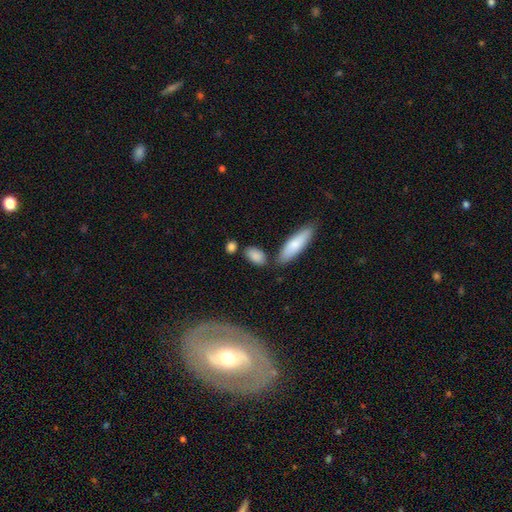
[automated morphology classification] smooth-or-featured: smooth: 85% | featured or disk: 8% | star or artifact: 7%
  how-rounded: in between: 86% | cigar-shaped: 9% | round: 5%
  merging: none: 70% | minor disturbance: 15% | merger: 11% | major disturbance: 4%